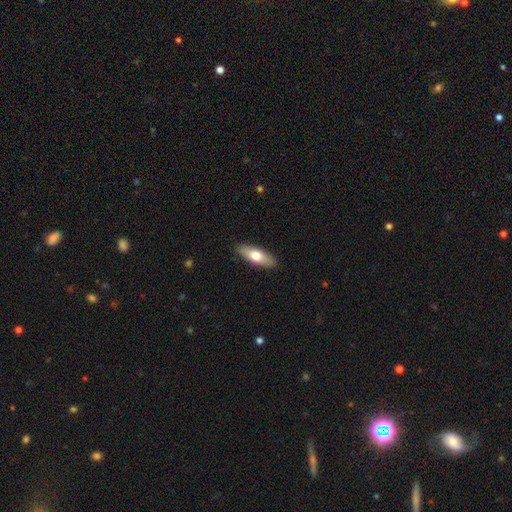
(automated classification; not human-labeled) smooth 63%, featured or disk 32%, star or artifact 6%. Down the decision tree: how rounded — in between (61%); merging — none (89%).